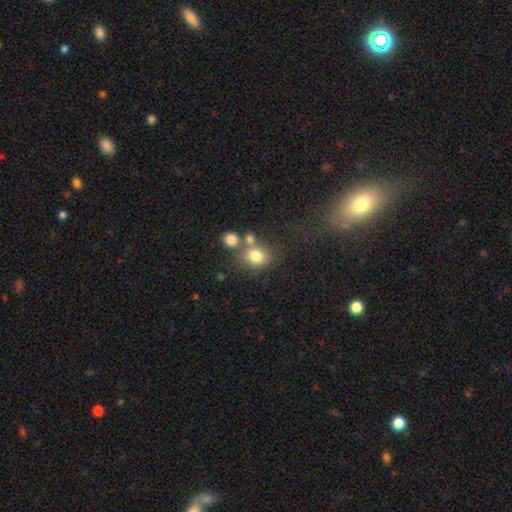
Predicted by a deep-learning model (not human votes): This appears to be a smooth galaxy with no disk features (78%) that is round (72%). Merging: none (56%).